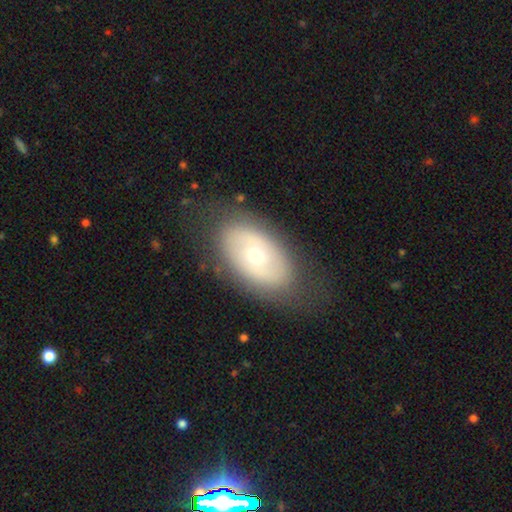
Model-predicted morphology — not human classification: A featured or disk galaxy (48%).

Vote fractions:
- Smooth or featured? featured or disk: 48% / smooth: 45% / star or artifact: 8%
- Merging? none: 77% / minor disturbance: 15% / major disturbance: 7% / merger: 1%